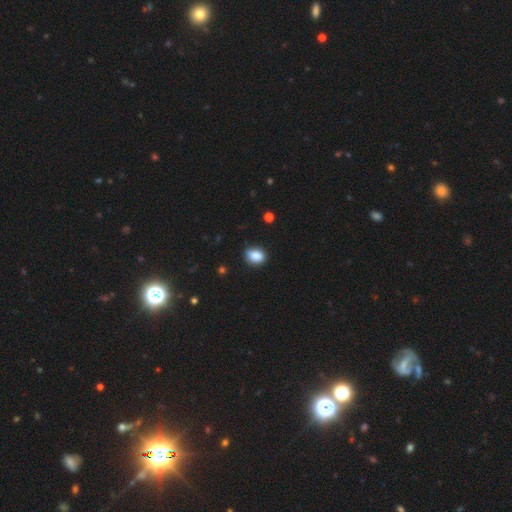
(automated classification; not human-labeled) This is clearly a smooth galaxy (86%). How rounded: likely in between (65%). Merging: likely none (79%).